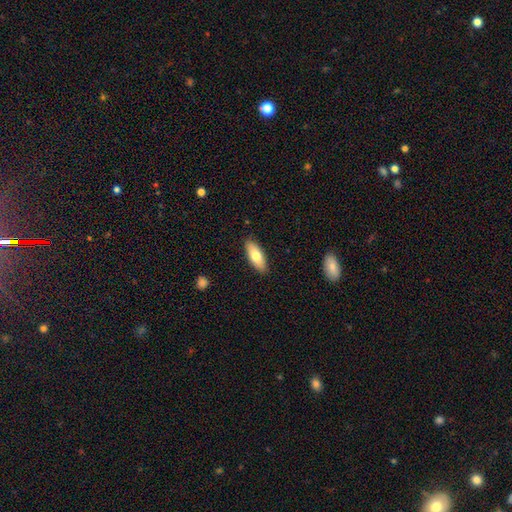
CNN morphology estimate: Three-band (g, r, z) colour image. It shows a smooth galaxy with no disk features (75%) that is in between round and cigar-shaped (77%). Merging: none (88%).